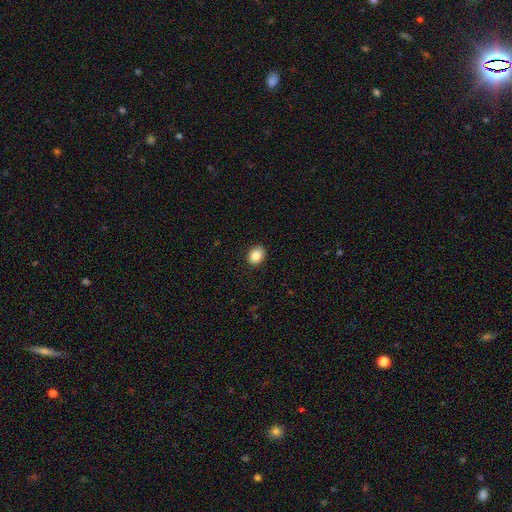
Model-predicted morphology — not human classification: A smooth galaxy with no disk features (88%) that is in between round and cigar-shaped (54%). Merging: none (90%).